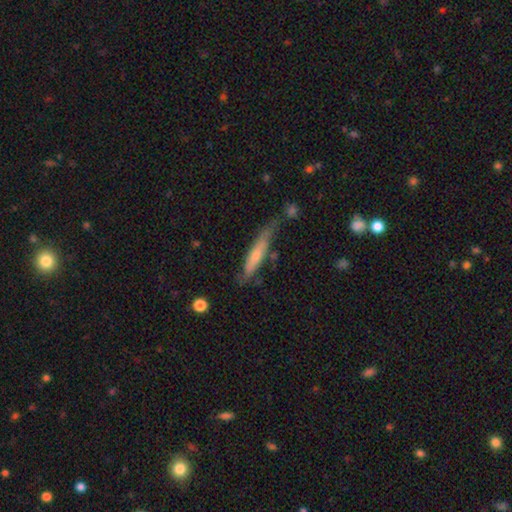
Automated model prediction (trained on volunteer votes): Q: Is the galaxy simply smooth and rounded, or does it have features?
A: smooth — 56%.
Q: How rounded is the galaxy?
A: cigar-shaped — 87%.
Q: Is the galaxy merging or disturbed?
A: none — 56%.